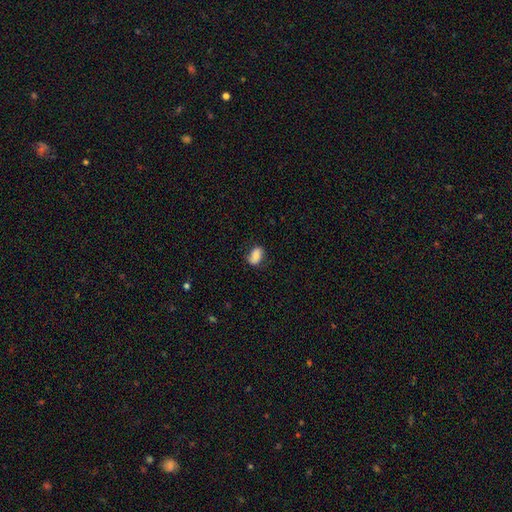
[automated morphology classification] A smooth galaxy with no disk features (78%) that is in between round and cigar-shaped (88%). Merging: none (74%).